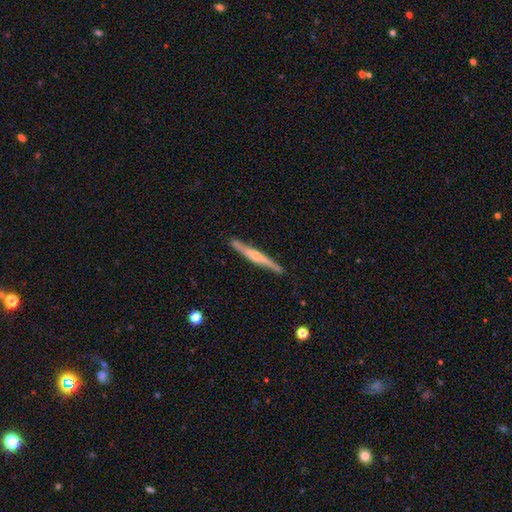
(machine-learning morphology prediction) Smooth or featured: featured or disk — 59% (smooth — 36%)
Edge-on disk: yes — 94% (no — 6%)
Edge-on bulge: rounded — 56% (none — 29%)
Merging: none — 83% (minor disturbance — 13%)